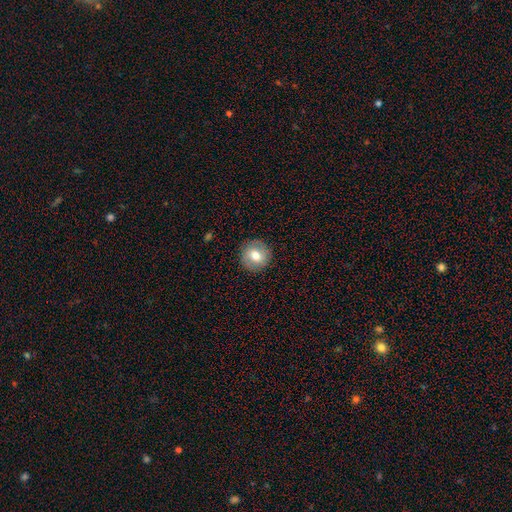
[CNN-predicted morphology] smooth-or-featured: smooth: 65% | featured or disk: 27% | star or artifact: 8%
  how-rounded: round: 93% | in between: 6% | cigar-shaped: 1%
  merging: none: 88% | minor disturbance: 8% | major disturbance: 3% | merger: 1%